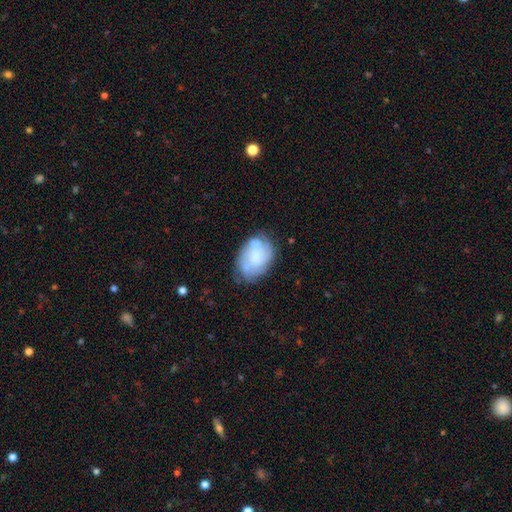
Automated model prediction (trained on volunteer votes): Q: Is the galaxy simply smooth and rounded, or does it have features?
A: featured or disk — 46%, tied with smooth.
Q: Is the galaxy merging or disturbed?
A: none — 55%.